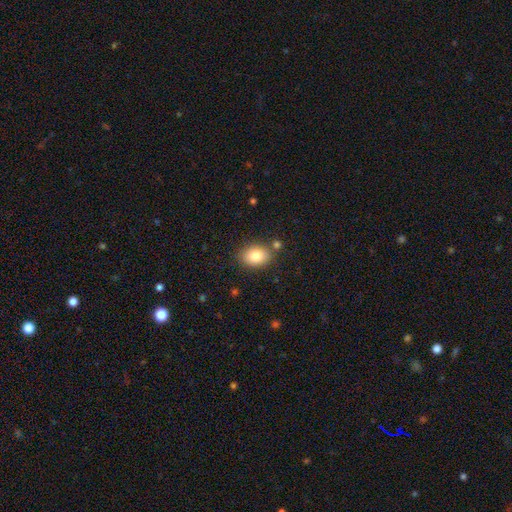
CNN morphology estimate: Q: Smooth or featured?
A: smooth (82%); runner-up: featured or disk (9%)
Q: How rounded?
A: in between (68%); runner-up: round (31%)
Q: Merging?
A: none (79%); runner-up: minor disturbance (12%)